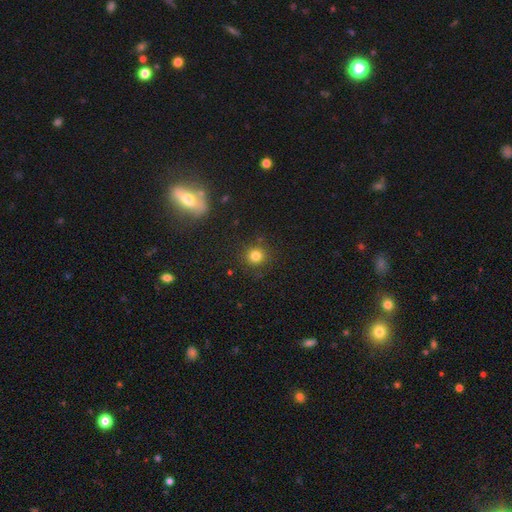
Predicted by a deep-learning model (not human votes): smooth_or_featured: smooth (p=0.80) [alt: star or artifact p=0.14]
how_rounded: round (p=0.91) [alt: in between p=0.08]
merging: none (p=0.86) [alt: minor disturbance p=0.08]